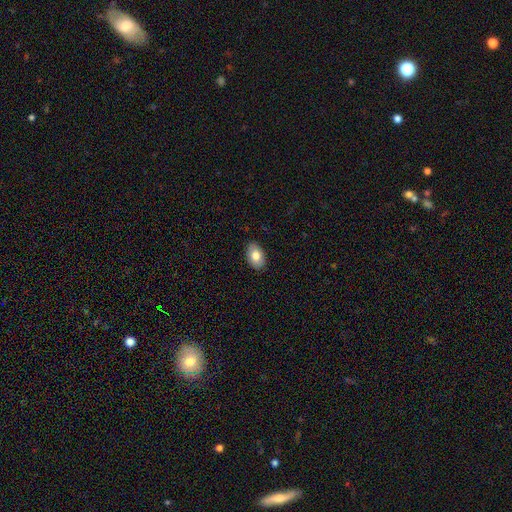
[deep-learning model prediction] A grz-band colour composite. It shows a smooth galaxy with no disk features (80%) that is in between round and cigar-shaped (89%). Merging: none (88%).